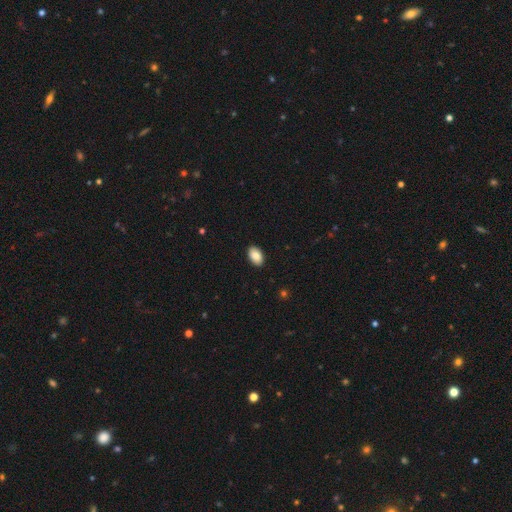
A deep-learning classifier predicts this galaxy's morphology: Q: Smooth or featured?
A: smooth (86%); runner-up: featured or disk (7%)
Q: How rounded?
A: in between (91%); runner-up: round (7%)
Q: Merging?
A: none (90%); runner-up: minor disturbance (7%)